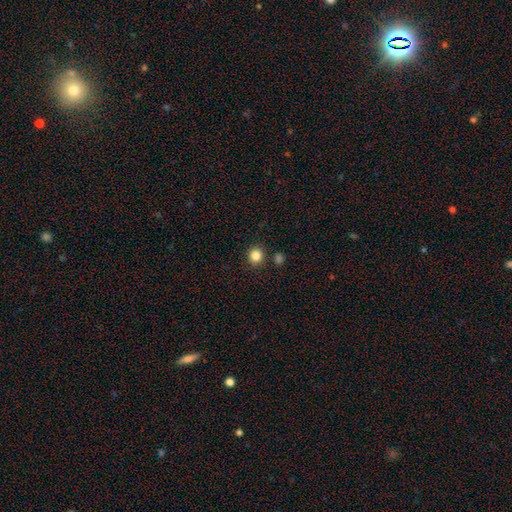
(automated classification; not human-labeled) Overall: smooth (84%). How rounded: round (90%). Merging: none (87%).